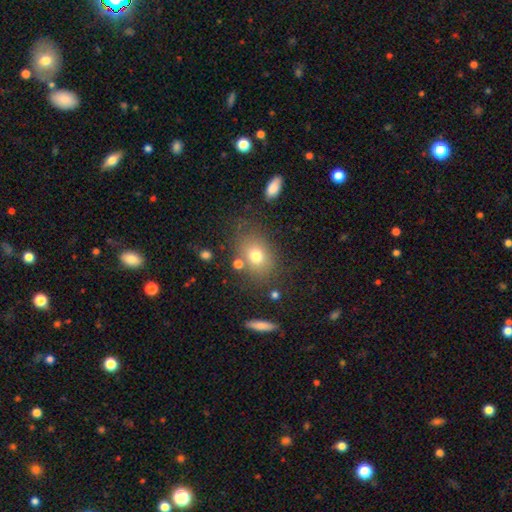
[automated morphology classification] This is likely a smooth galaxy (74%). How rounded: likely in between (60%). Merging: likely none (70%).